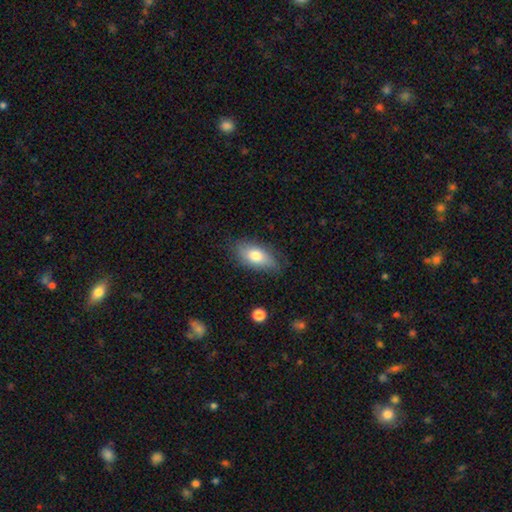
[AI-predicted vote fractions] Smooth or featured? Predicted: smooth (p=0.75). How rounded? Predicted: in between (p=0.87). Merging? Predicted: none (p=0.77).